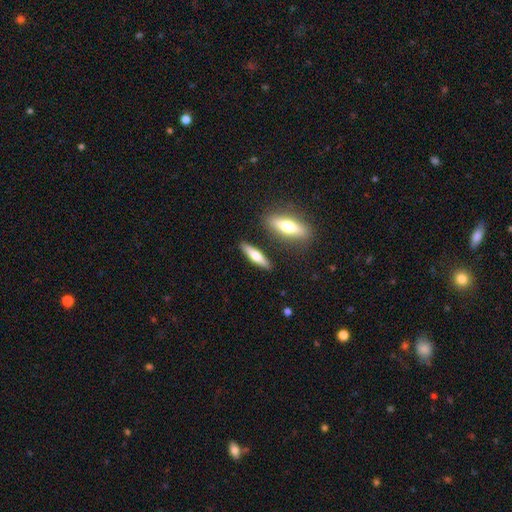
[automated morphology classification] Smooth or featured? Predicted: smooth (p=0.52). How rounded? Predicted: cigar-shaped (p=0.74). Merging? Predicted: none (p=0.84).